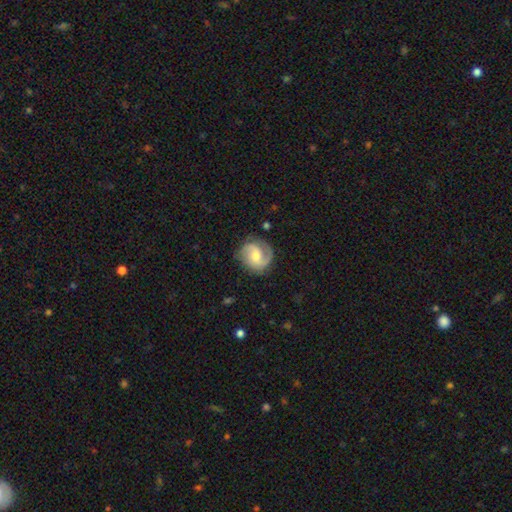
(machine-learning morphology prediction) This is likely a featured or disk galaxy (79%). It is clearly not viewed edge-on (98%). Bar: marginally weak (45%, tied with no). Spiral arm pattern: clearly yes (96%). Spiral arm count: likely 2 (76%). Spiral winding: possibly medium (49%). Central bulge: possibly moderate (55%). Merging: likely none (76%).